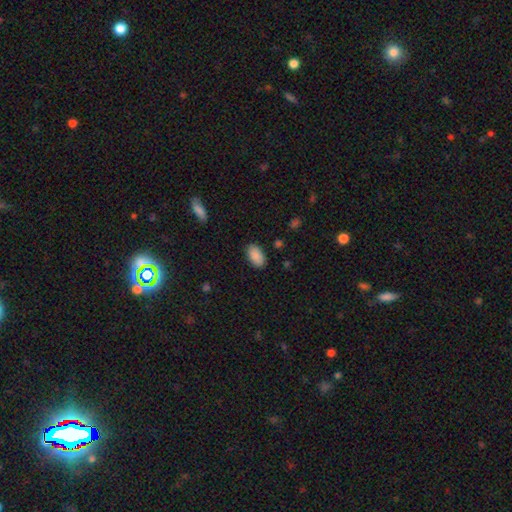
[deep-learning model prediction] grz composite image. It shows a smooth galaxy with no disk features (89%) that is in between round and cigar-shaped (94%). Merging: none (87%).